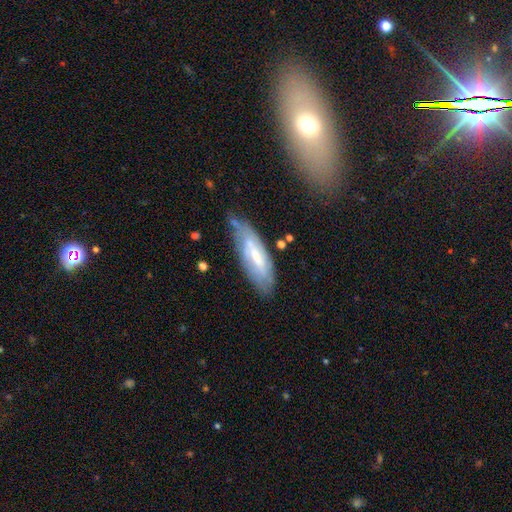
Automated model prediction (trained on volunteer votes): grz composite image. It shows a featured or disk galaxy (57%). Merging: none (63%).